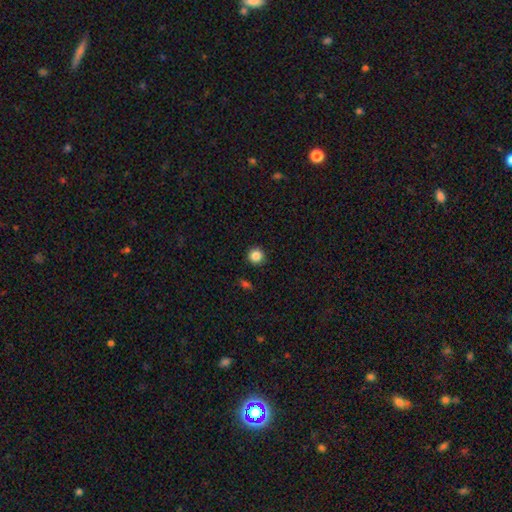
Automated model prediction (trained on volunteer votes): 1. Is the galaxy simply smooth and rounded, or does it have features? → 86% smooth, 11% star or artifact, 4% featured or disk.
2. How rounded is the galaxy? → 95% round, 4% in between, 1% cigar-shaped.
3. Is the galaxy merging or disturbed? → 92% none, 5% minor disturbance, 2% major disturbance, 1% merger.